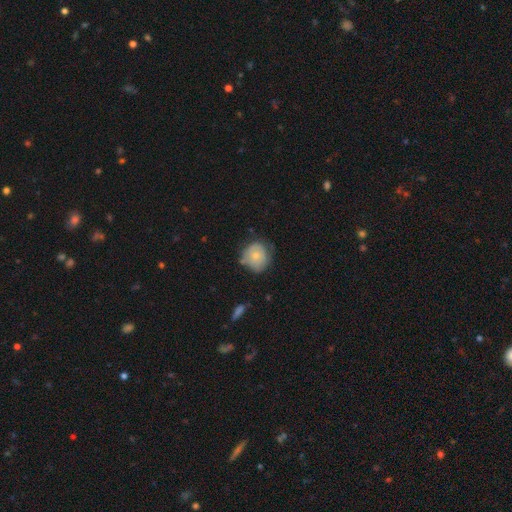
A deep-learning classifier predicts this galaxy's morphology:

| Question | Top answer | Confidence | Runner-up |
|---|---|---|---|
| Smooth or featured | smooth | 69% | featured or disk (24%) |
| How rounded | round | 81% | in between (18%) |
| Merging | none | 57% | minor disturbance (31%) |